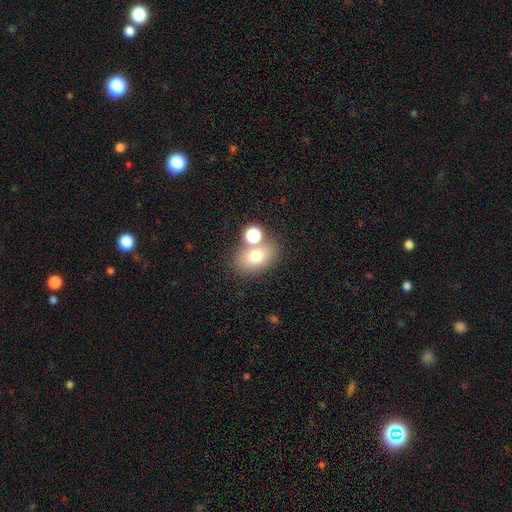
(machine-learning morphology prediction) smooth 71%, featured or disk 15%, star or artifact 14%. Down the decision tree: how rounded — in between (71%); merging — none (62%).